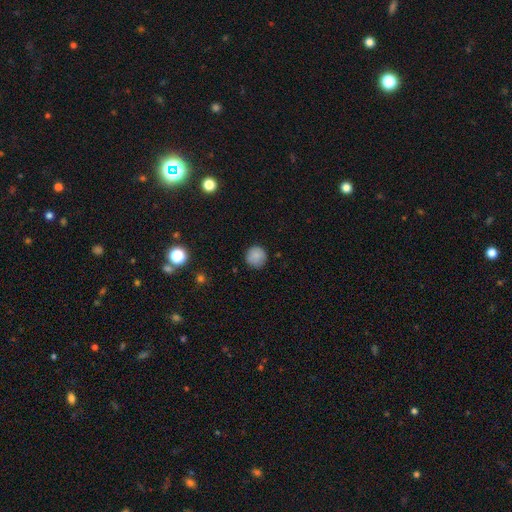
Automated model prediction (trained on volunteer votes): Smooth or featured?
  - smooth: 85% *
  - star or artifact: 10%
  - featured or disk: 6%
How rounded?
  - round: 95% *
  - in between: 4%
  - cigar-shaped: 1%
Merging?
  - none: 86% *
  - minor disturbance: 10%
  - major disturbance: 2%
  - merger: 1%